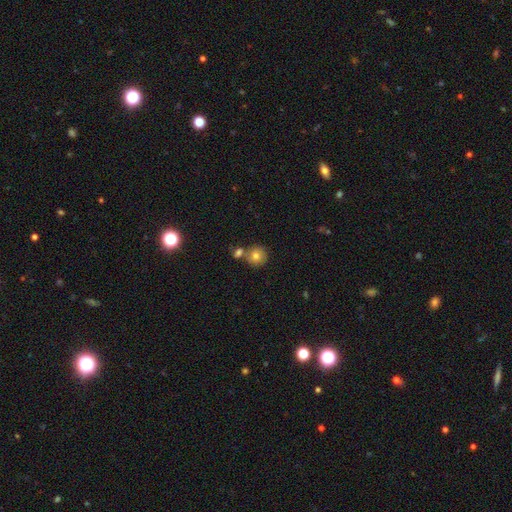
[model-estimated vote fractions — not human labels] This appears to be a smooth galaxy with no disk features (77%) that is round (88%). Merging: none (60%).